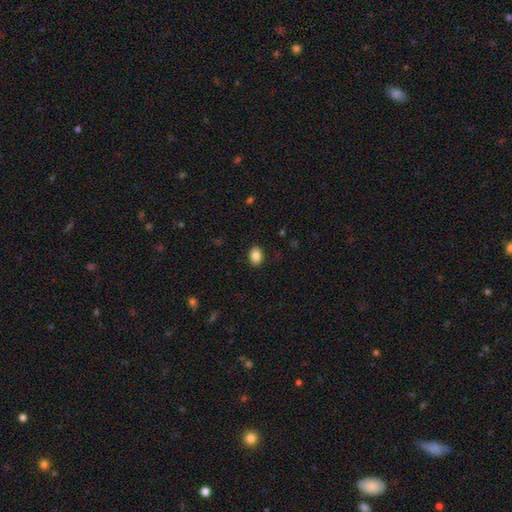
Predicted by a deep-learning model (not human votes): This appears to be a smooth galaxy with no disk features (86%) that is in between round and cigar-shaped (67%). Merging: none (89%).